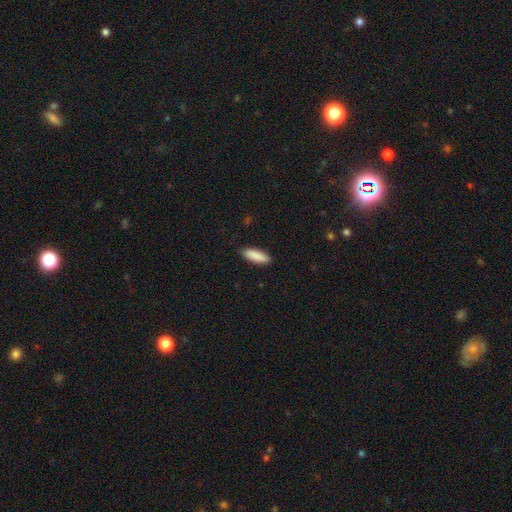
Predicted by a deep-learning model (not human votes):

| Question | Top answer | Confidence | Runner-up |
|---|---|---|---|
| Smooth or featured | smooth | 89% | star or artifact (6%) |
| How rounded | in between | 52% | cigar-shaped (46%) |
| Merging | none | 89% | minor disturbance (8%) |